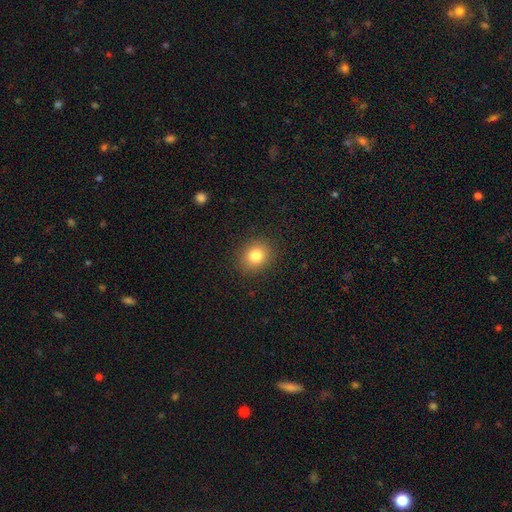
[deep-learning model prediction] Smooth or featured? Predicted: smooth (p=0.81). How rounded? Predicted: round (p=0.72). Merging? Predicted: none (p=0.90).